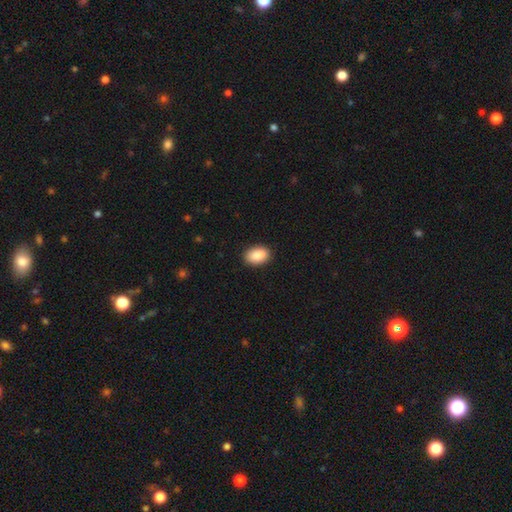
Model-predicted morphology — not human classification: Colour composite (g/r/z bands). It shows a smooth galaxy with no disk features (89%) that is in between round and cigar-shaped (90%). Merging: none (87%).